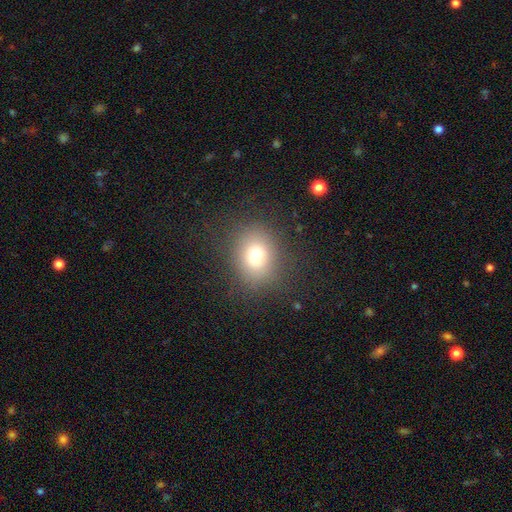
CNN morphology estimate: smooth_or_featured: smooth (p=0.75) [alt: star or artifact p=0.15]
how_rounded: round (p=0.65) [alt: in between p=0.34]
merging: none (p=0.84) [alt: minor disturbance p=0.10]